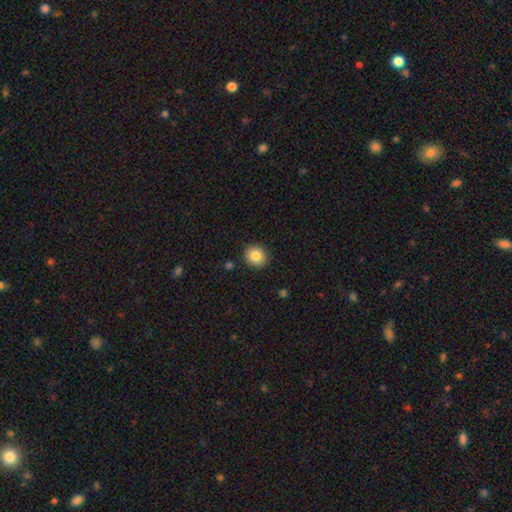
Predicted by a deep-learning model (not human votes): The model was most divided on "how rounded": round: 85%, in between: 14%, cigar-shaped: 1%. More confident: merging — none (91%); smooth or featured — smooth (85%).